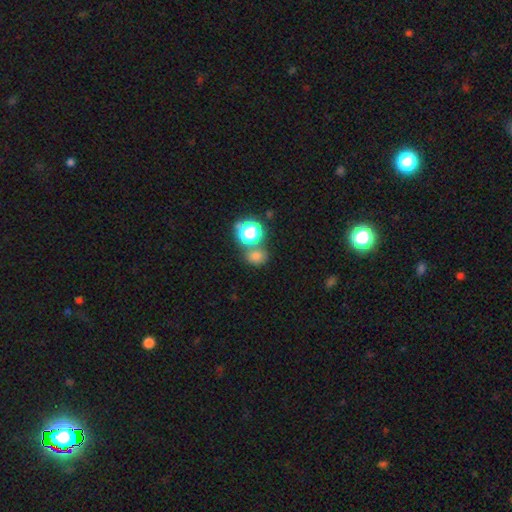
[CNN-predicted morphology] Overall: smooth (70%). How rounded: round (69%). Merging: none (65%).